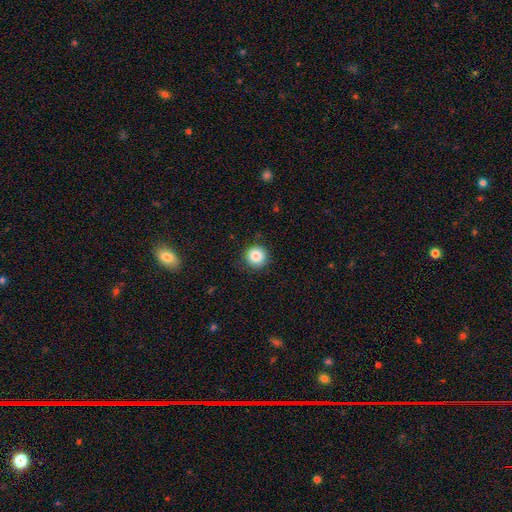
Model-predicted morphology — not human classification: Smooth or featured: smooth — 85% (star or artifact — 10%)
How rounded: round — 95% (in between — 4%)
Merging: none — 87% (minor disturbance — 10%)